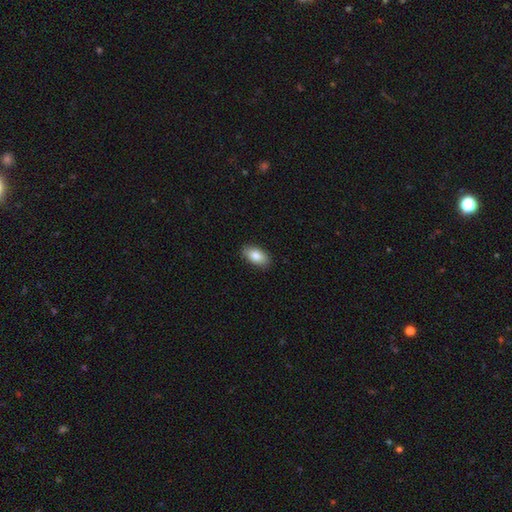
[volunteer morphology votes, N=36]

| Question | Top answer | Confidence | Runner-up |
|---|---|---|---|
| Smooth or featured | smooth | 83% | featured or disk (8%) |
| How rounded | in between | 93% | round (3%) |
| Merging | none | 94% | minor disturbance (3%) |